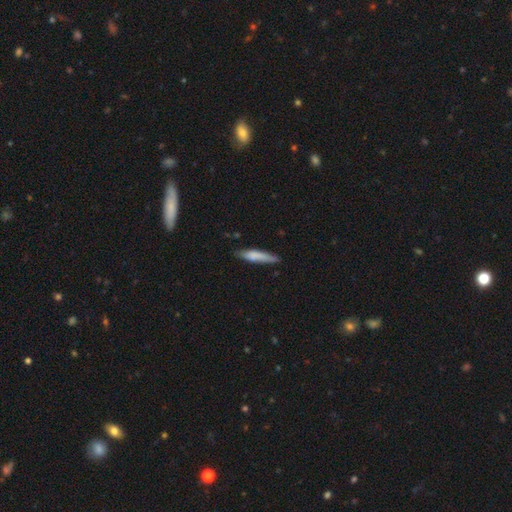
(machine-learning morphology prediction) smooth_or_featured: smooth (p=0.76) [alt: featured or disk p=0.19]
how_rounded: cigar-shaped (p=0.83) [alt: in between p=0.15]
merging: none (p=0.73) [alt: minor disturbance p=0.22]